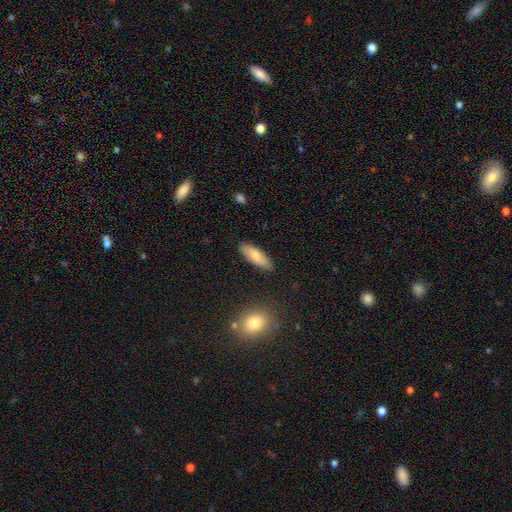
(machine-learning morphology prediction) smooth-or-featured: smooth: 75% | featured or disk: 19% | star or artifact: 6%
  how-rounded: in between: 60% | cigar-shaped: 38% | round: 2%
  merging: none: 87% | minor disturbance: 10% | major disturbance: 2% | merger: 2%